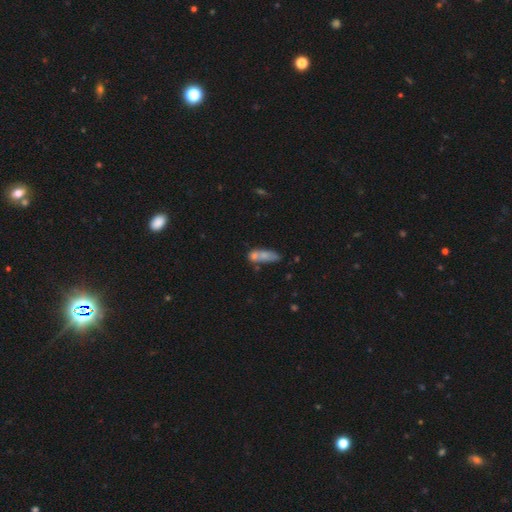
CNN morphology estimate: Smooth or featured?
  - smooth: 63% *
  - featured or disk: 24%
  - star or artifact: 13%
How rounded?
  - cigar-shaped: 51% *
  - in between: 43%
  - round: 6%
Merging?
  - none: 45% *
  - merger: 29%
  - minor disturbance: 18%
  - major disturbance: 9%